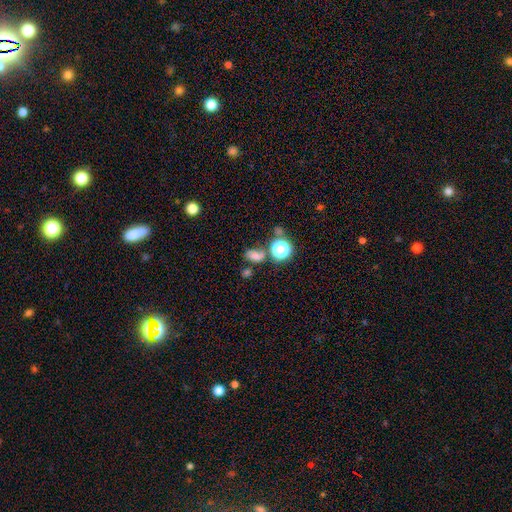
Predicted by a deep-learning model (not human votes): This appears to be a smooth galaxy with no disk features (64%) that is in between round and cigar-shaped (63%). Merging: none (52%).